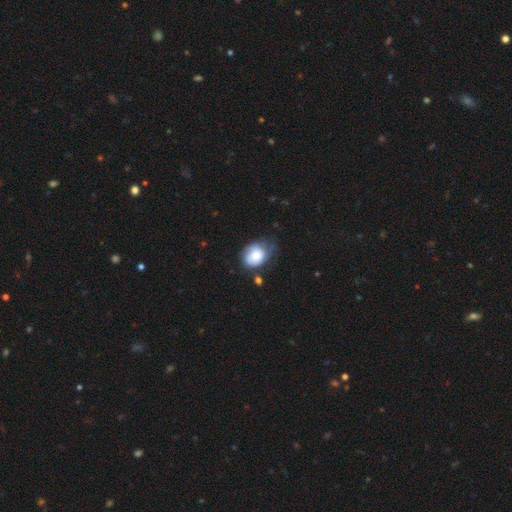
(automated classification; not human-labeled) smooth-or-featured: smooth: 73% | featured or disk: 19% | star or artifact: 8%
  how-rounded: in between: 55% | round: 44% | cigar-shaped: 1%
  merging: none: 40% | minor disturbance: 38% | major disturbance: 17% | merger: 5%